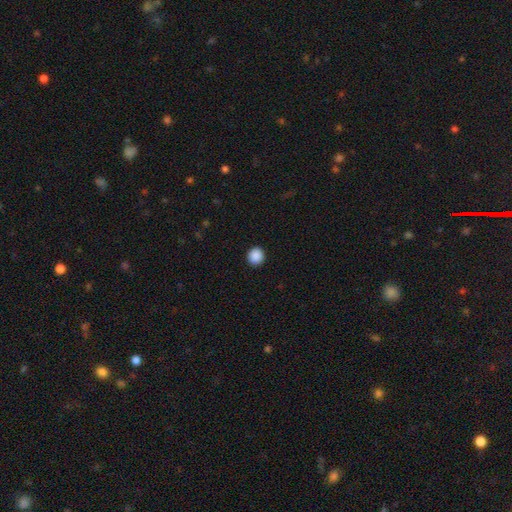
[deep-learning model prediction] smooth 89%, star or artifact 9%, featured or disk 2%. Down the decision tree: how rounded — round (94%); merging — none (93%).